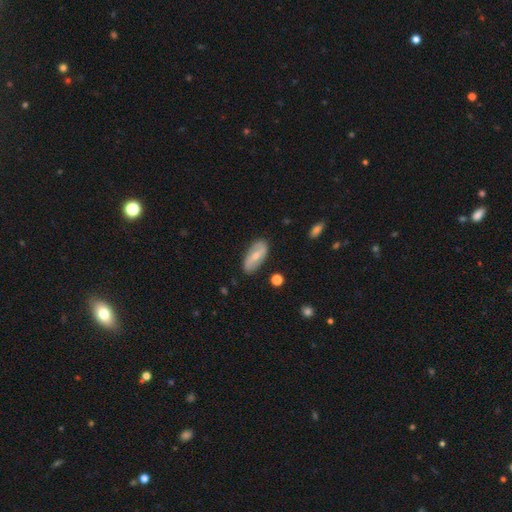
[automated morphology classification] The model was most divided on "smooth or featured": featured or disk: 56%, smooth: 38%, star or artifact: 6%. More confident: edge-on disk — no (88%); merging — none (82%).